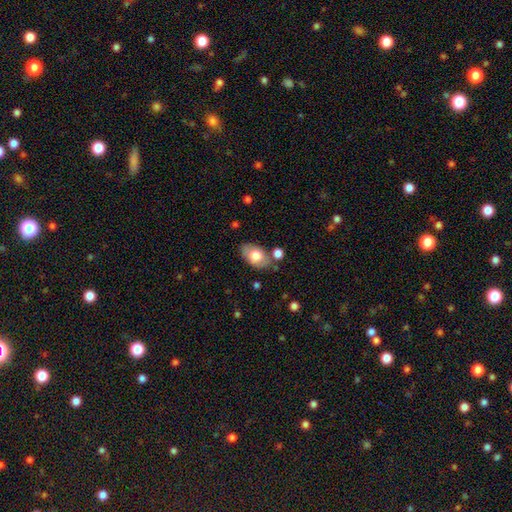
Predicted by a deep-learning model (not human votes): Smooth or featured? smooth (71%)
How rounded? in between (90%)
Merging? none (70%)